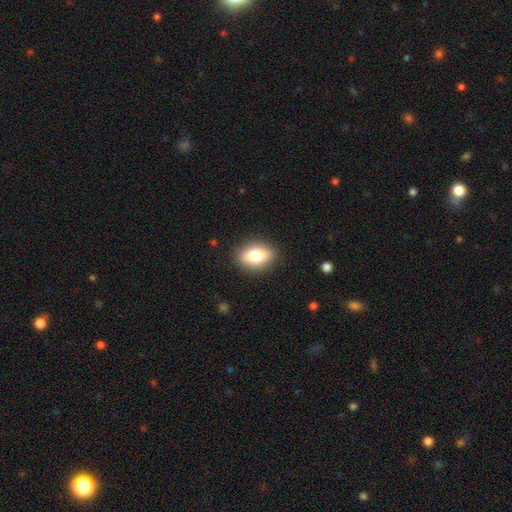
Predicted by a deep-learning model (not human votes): Q: Smooth or featured?
A: smooth (77%); runner-up: featured or disk (15%)
Q: How rounded?
A: in between (79%); runner-up: round (18%)
Q: Merging?
A: none (87%); runner-up: minor disturbance (9%)